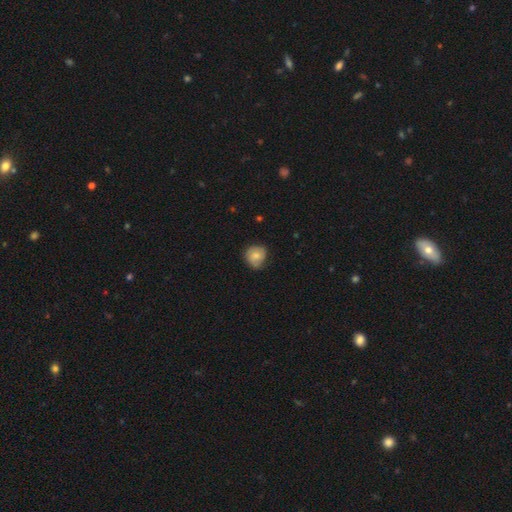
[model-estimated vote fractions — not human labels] smooth 71%, featured or disk 21%, star or artifact 8%. Down the decision tree: how rounded — round (81%); merging — none (63%).